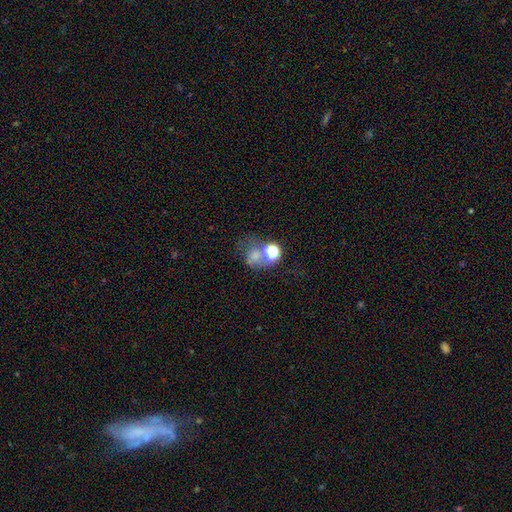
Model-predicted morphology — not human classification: The model was most divided on "merging": merger: 36%, none: 34%, major disturbance: 17%, minor disturbance: 13%. More confident: how rounded — round (65%); smooth or featured — smooth (59%).